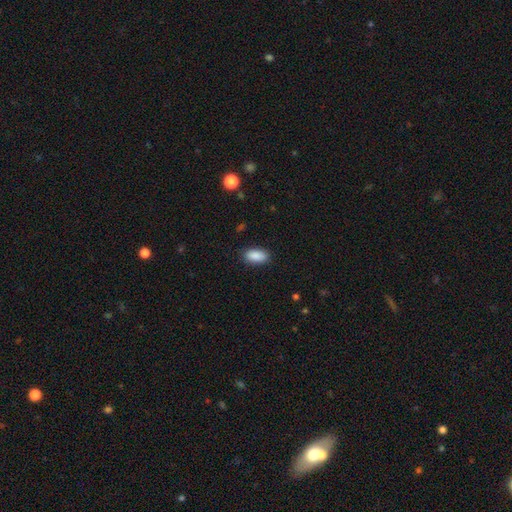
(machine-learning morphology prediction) Smooth or featured: smooth — 89% (star or artifact — 7%)
How rounded: in between — 91% (cigar-shaped — 5%)
Merging: none — 87% (minor disturbance — 10%)